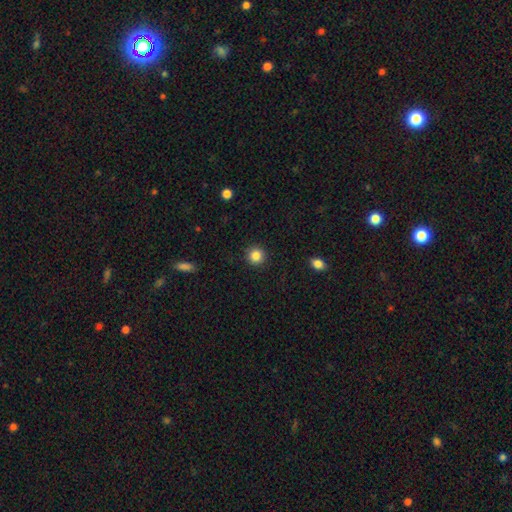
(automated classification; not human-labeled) Smooth or featured? smooth (86%)
How rounded? round (94%)
Merging? none (92%)